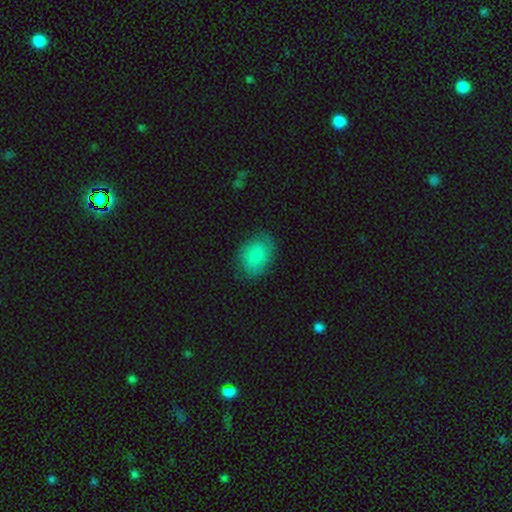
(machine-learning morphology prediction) type=smooth (73%); roundness=in between (67%); merging=none (71%).